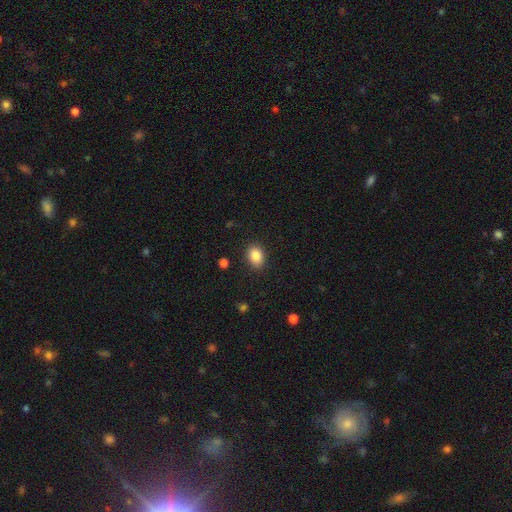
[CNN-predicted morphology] Overall: smooth (86%). How rounded: in between (69%; round 30%). Merging: none (87%).